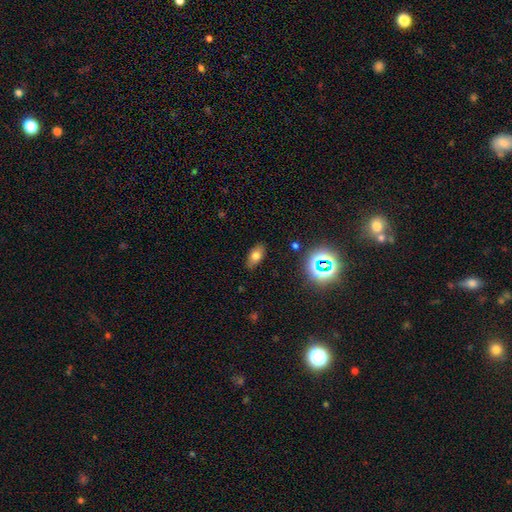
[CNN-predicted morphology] smooth_or_featured: smooth (p=0.70) [alt: featured or disk p=0.15]
how_rounded: in between (p=0.87) [alt: round p=0.08]
merging: none (p=0.85) [alt: minor disturbance p=0.11]